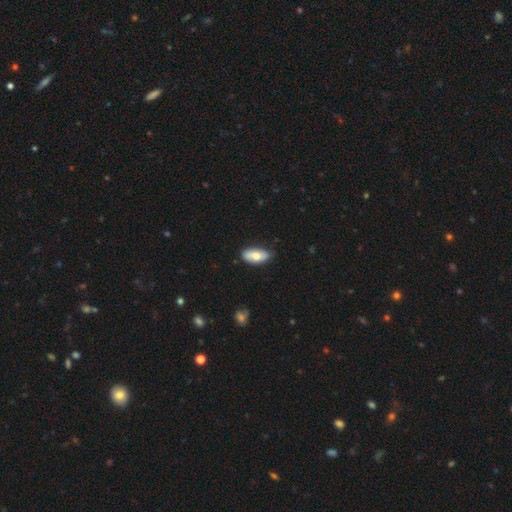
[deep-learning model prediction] smooth 72%, featured or disk 22%, star or artifact 6%. Down the decision tree: how rounded — in between (91%); merging — none (74%).